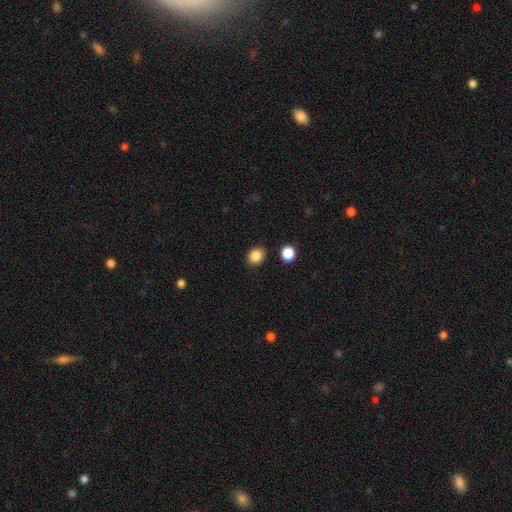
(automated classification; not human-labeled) smooth-or-featured: smooth: 86% | star or artifact: 10% | featured or disk: 4%
  how-rounded: round: 56% | in between: 44% | cigar-shaped: 1%
  merging: none: 86% | minor disturbance: 8% | merger: 3% | major disturbance: 2%